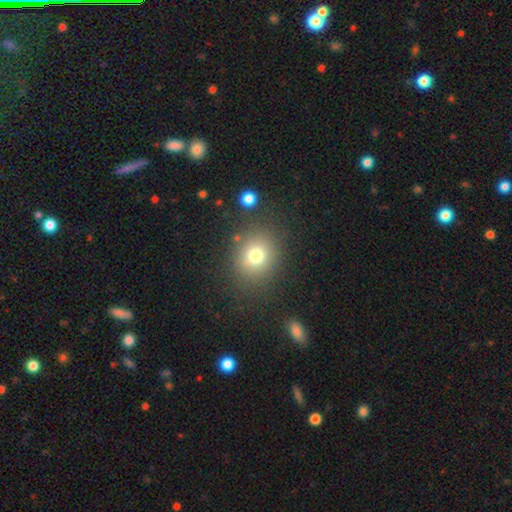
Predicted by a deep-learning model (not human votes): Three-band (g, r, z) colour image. It shows a smooth galaxy with no disk features (75%) that is round (73%). Merging: none (81%).